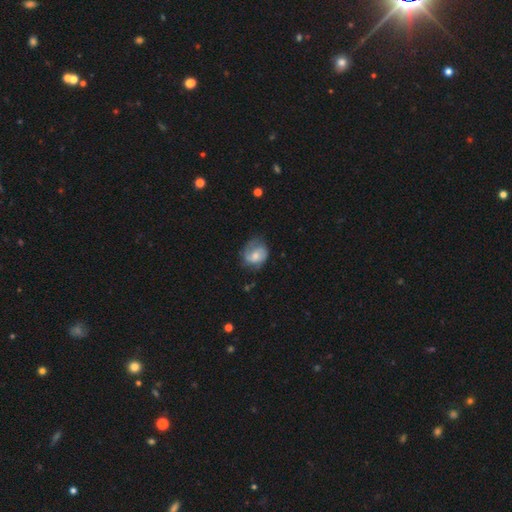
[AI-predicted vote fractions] smooth-or-featured: featured or disk: 54% | smooth: 39% | star or artifact: 7%
  disk-edge-on: no: 97% | yes: 3%
    bar: no: 57% | weak: 36% | strong: 7%
    has-spiral-arms: yes: 83% | no: 17%
    bulge-size: moderate: 49% | small: 36% | large: 7% | none: 7% | dominant: 1%
  merging: none: 56% | minor disturbance: 28% | major disturbance: 14% | merger: 2%